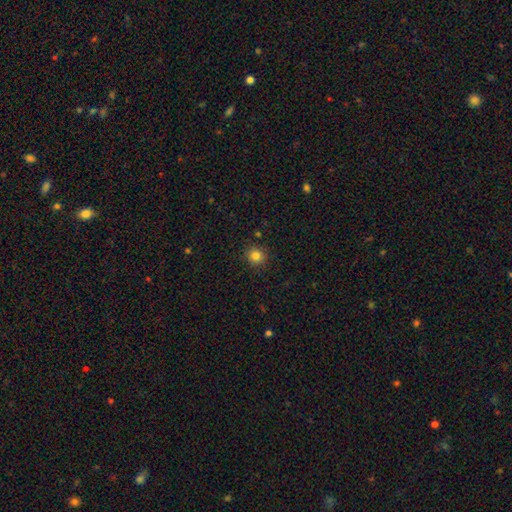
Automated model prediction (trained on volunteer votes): This appears to be a smooth galaxy with no disk features (83%) that is round (91%). Merging: none (90%).